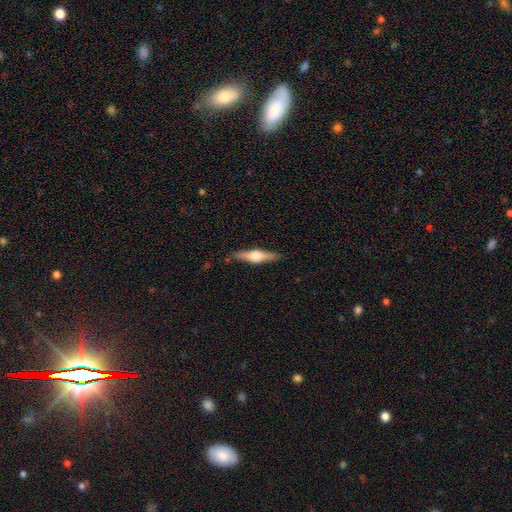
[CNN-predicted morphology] Smooth or featured: featured or disk — 67% (smooth — 28%)
Edge-on disk: yes — 97% (no — 3%)
Edge-on bulge: rounded — 94% (boxy — 4%)
Merging: none — 88% (minor disturbance — 9%)